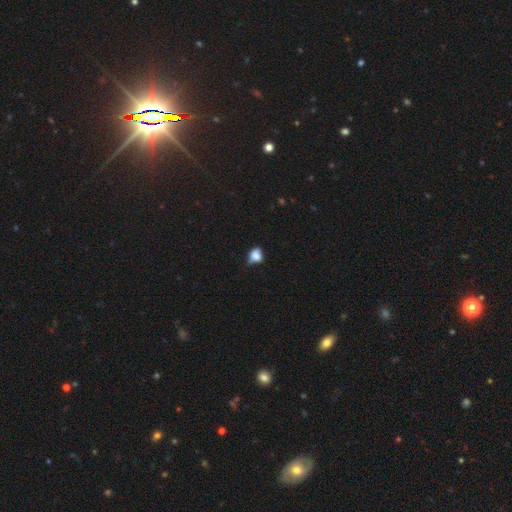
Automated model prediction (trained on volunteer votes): The model was most divided on "merging" (2-way tie): minor disturbance: 39%, none: 39%, major disturbance: 15%, merger: 7%. More confident: smooth or featured — smooth (74%); how rounded — in between (52%).